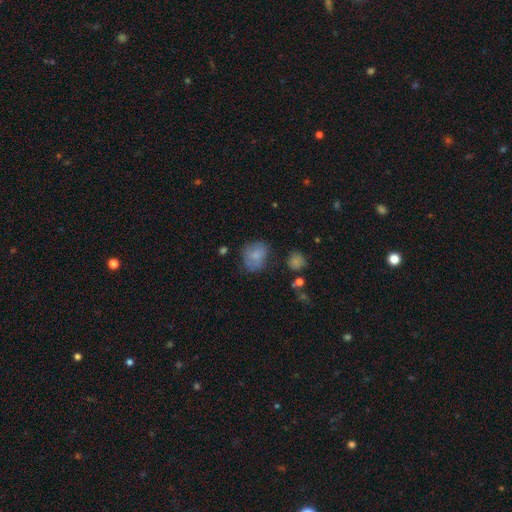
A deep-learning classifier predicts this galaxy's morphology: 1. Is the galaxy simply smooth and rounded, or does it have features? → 72% smooth, 18% featured or disk, 10% star or artifact.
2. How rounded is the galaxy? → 55% round, 44% in between, 1% cigar-shaped.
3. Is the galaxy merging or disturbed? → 55% none, 26% minor disturbance, 13% major disturbance, 5% merger.